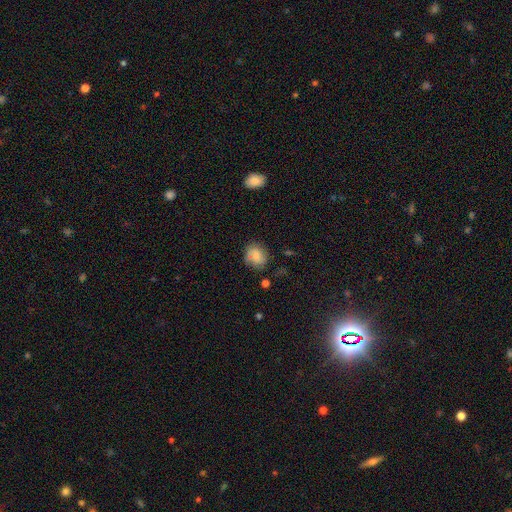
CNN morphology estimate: This is likely a smooth galaxy (67%). How rounded: possibly round (60%). Merging: likely none (68%).